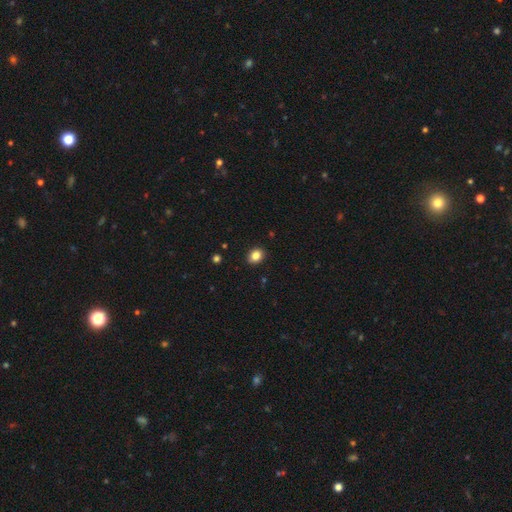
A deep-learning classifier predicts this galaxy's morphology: type=smooth (85%); roundness=in between (51%); merging=none (89%).